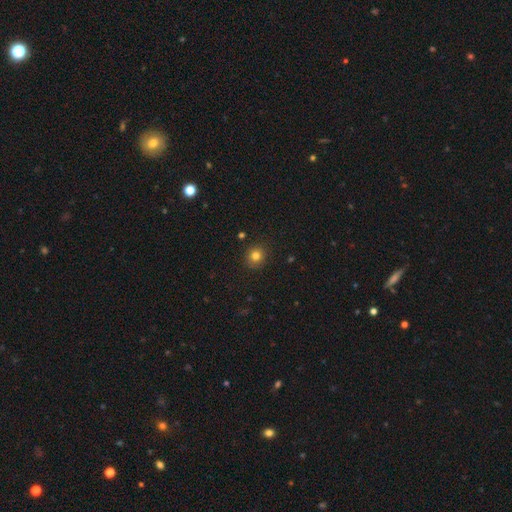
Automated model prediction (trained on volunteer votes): Smooth or featured: smooth — 80% (star or artifact — 13%)
How rounded: round — 86% (in between — 13%)
Merging: none — 89% (minor disturbance — 8%)